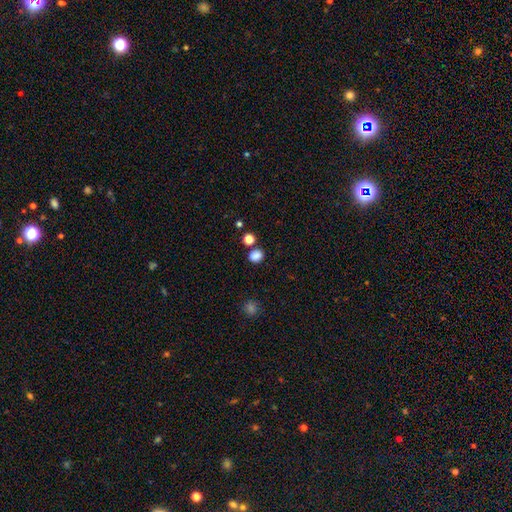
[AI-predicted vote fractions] A smooth galaxy with no disk features (84%) that is round (54%).

Vote fractions:
- Smooth or featured? smooth: 84% / star or artifact: 12% / featured or disk: 4%
- How rounded? round: 54% / in between: 45% / cigar-shaped: 1%
- Merging? none: 79% / minor disturbance: 10% / merger: 8% / major disturbance: 3%